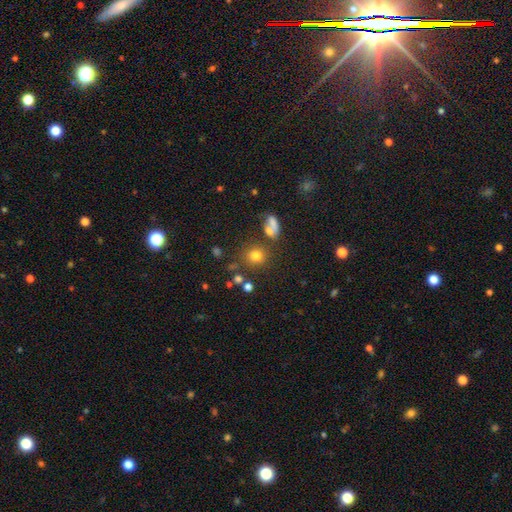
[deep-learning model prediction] Smooth or featured: smooth — 75% (star or artifact — 16%)
How rounded: round — 84% (in between — 15%)
Merging: none — 73% (minor disturbance — 11%)